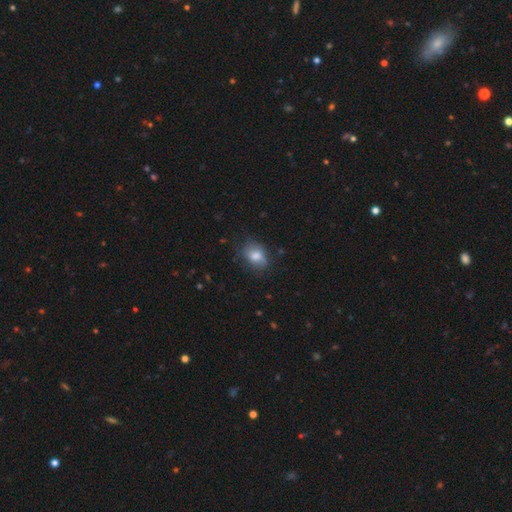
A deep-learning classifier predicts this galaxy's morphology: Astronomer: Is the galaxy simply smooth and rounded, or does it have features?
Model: smooth — 74%.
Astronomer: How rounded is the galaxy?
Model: in between — 64%.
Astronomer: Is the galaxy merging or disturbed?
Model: none — 61%.